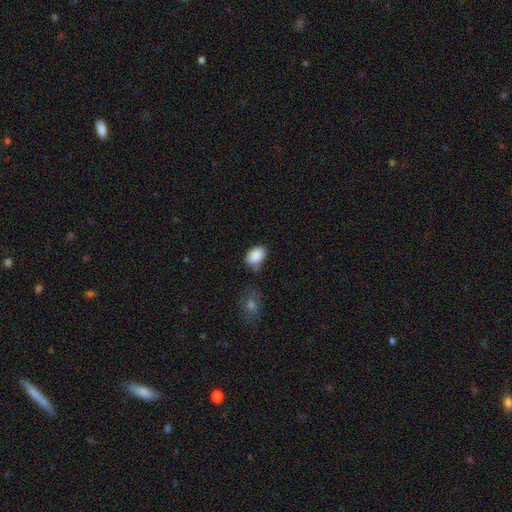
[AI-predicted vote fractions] This is clearly a smooth galaxy (88%). How rounded: clearly in between (83%). Merging: possibly none (60%).